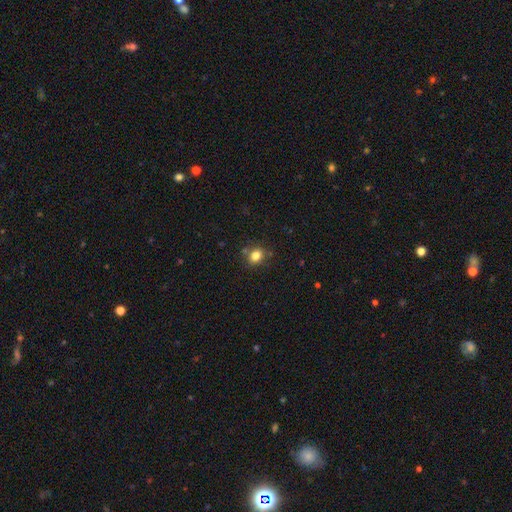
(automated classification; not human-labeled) smooth 81%, star or artifact 12%, featured or disk 7%. Down the decision tree: how rounded — round (65%); merging — none (76%).